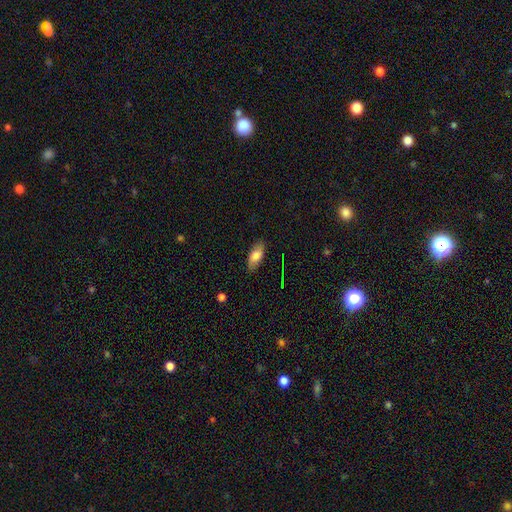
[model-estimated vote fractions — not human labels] A smooth galaxy with no disk features (76%) that is in between round and cigar-shaped (86%). Merging: none (85%).